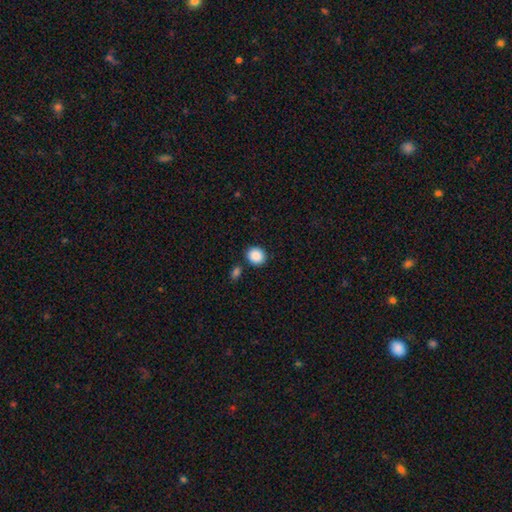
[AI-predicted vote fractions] smooth_or_featured: smooth (p=0.89) [alt: star or artifact p=0.08]
how_rounded: round (p=0.68) [alt: in between p=0.31]
merging: none (p=0.83) [alt: minor disturbance p=0.08]